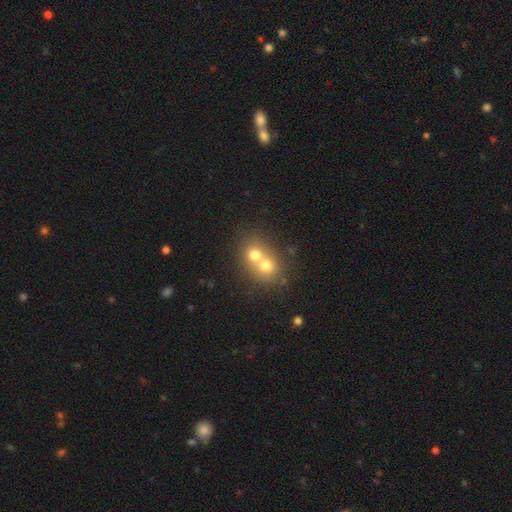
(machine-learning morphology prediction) smooth_or_featured: smooth (p=0.64) [alt: featured or disk p=0.23]
how_rounded: round (p=0.73) [alt: in between p=0.26]
merging: merger (p=0.69) [alt: none p=0.24]